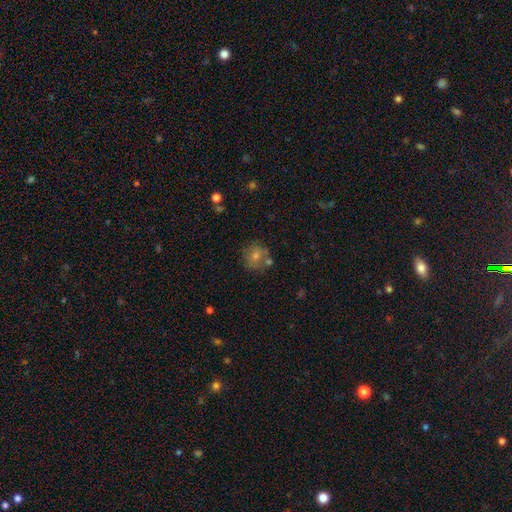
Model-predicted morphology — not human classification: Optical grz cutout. It shows a smooth galaxy with no disk features (55%) that is round (89%). Merging: none (73%).